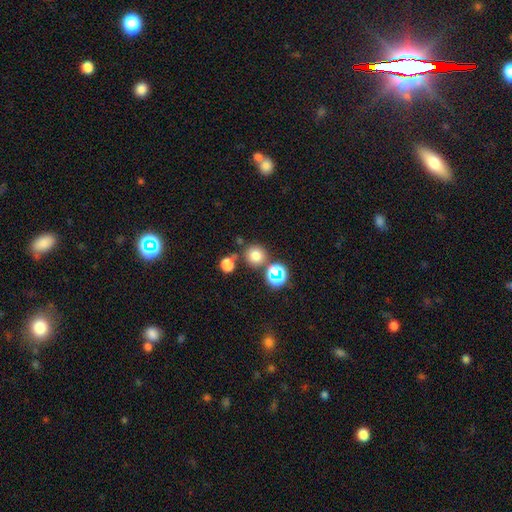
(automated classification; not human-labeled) A smooth galaxy with no disk features (73%) that is round (91%).

Vote fractions:
- Smooth or featured? smooth: 73% / star or artifact: 19% / featured or disk: 8%
- How rounded? round: 91% / in between: 8% / cigar-shaped: 1%
- Merging? none: 72% / merger: 15% / minor disturbance: 9% / major disturbance: 4%